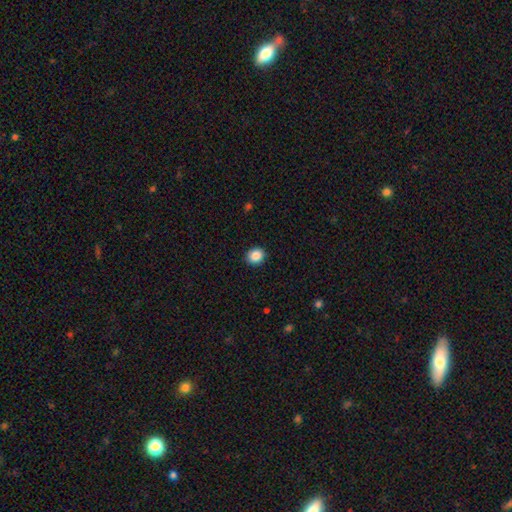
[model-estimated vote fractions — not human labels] This is clearly a smooth galaxy (87%). How rounded: likely round (75%). Merging: clearly none (91%).